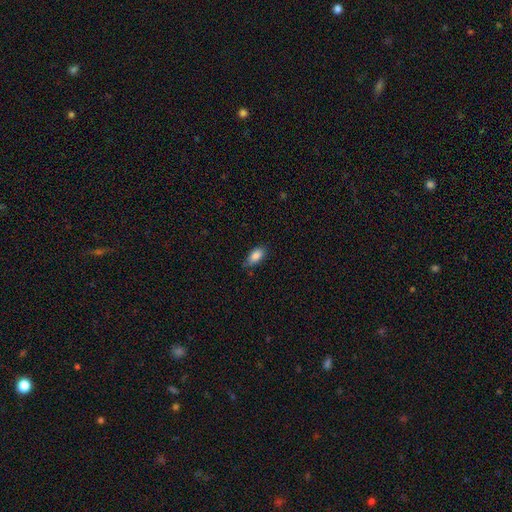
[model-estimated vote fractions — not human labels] Q: Smooth or featured?
A: smooth (86%); runner-up: star or artifact (8%)
Q: How rounded?
A: in between (90%); runner-up: cigar-shaped (6%)
Q: Merging?
A: none (71%); runner-up: minor disturbance (24%)